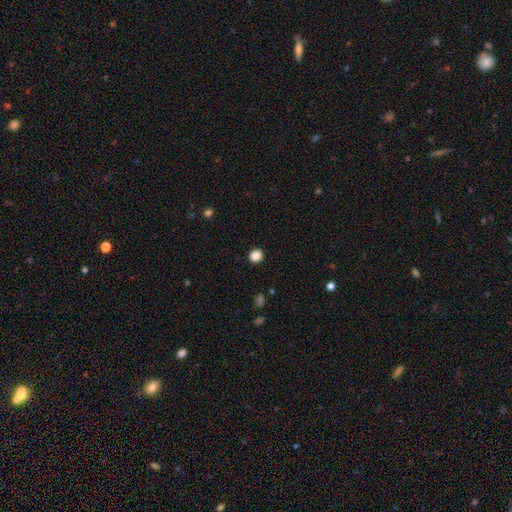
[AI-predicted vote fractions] Smooth or featured?
  - smooth: 86% *
  - star or artifact: 11%
  - featured or disk: 3%
How rounded?
  - round: 90% *
  - in between: 9%
  - cigar-shaped: 1%
Merging?
  - none: 92% *
  - minor disturbance: 5%
  - major disturbance: 2%
  - merger: 1%